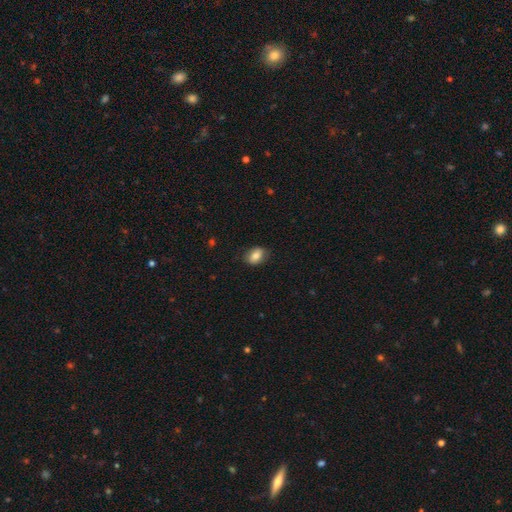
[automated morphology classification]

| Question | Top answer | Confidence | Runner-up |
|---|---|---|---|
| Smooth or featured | smooth | 82% | featured or disk (11%) |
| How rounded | in between | 81% | round (18%) |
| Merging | none | 80% | minor disturbance (16%) |